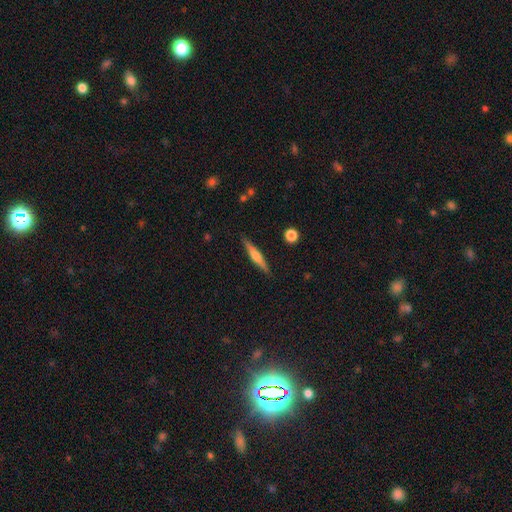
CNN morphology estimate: Q: Smooth or featured?
A: featured or disk (57%); runner-up: smooth (36%)
Q: Edge-on disk?
A: yes (97%); runner-up: no (3%)
Q: Edge-on bulge?
A: rounded (82%); runner-up: boxy (9%)
Q: Merging?
A: none (89%); runner-up: minor disturbance (8%)